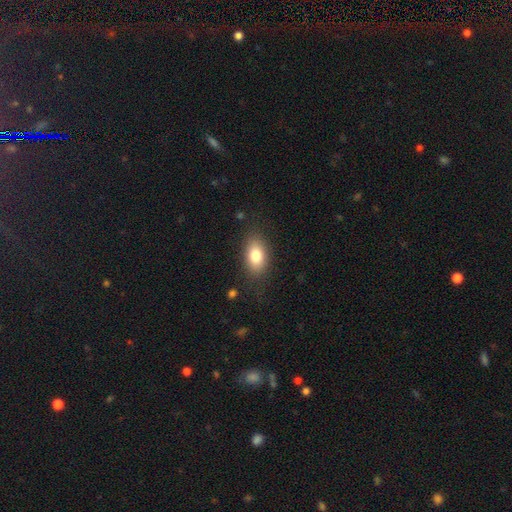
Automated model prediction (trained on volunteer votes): Smooth or featured: smooth — 81% (featured or disk — 12%)
How rounded: in between — 88% (round — 9%)
Merging: none — 82% (minor disturbance — 12%)